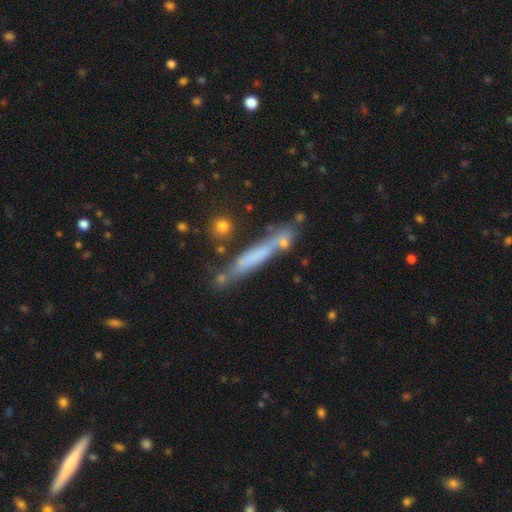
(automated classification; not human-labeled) smooth-or-featured: smooth: 50% | featured or disk: 40% | star or artifact: 10%
  how-rounded: cigar-shaped: 93% | in between: 5% | round: 2%
  merging: none: 65% | minor disturbance: 17% | merger: 12% | major disturbance: 6%